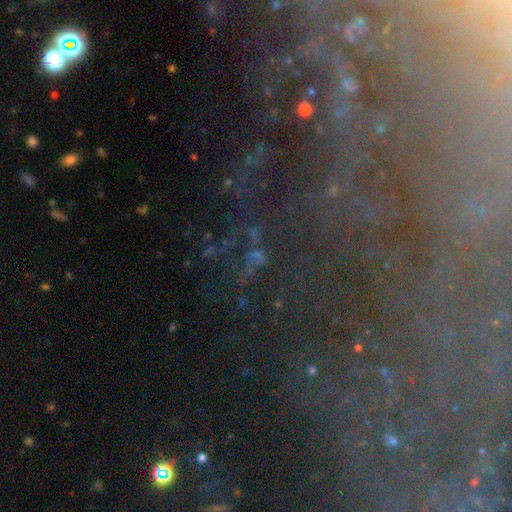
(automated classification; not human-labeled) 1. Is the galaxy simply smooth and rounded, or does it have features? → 62% star or artifact, 22% featured or disk, 15% smooth.